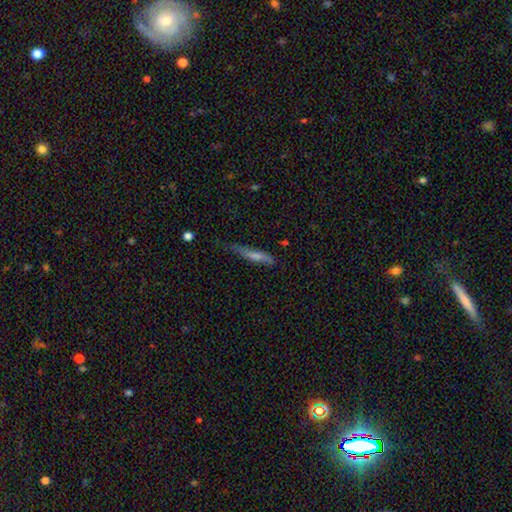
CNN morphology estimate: This appears to be a smooth galaxy with no disk features (51%) that is cigar-shaped (90%). Merging: none (64%).